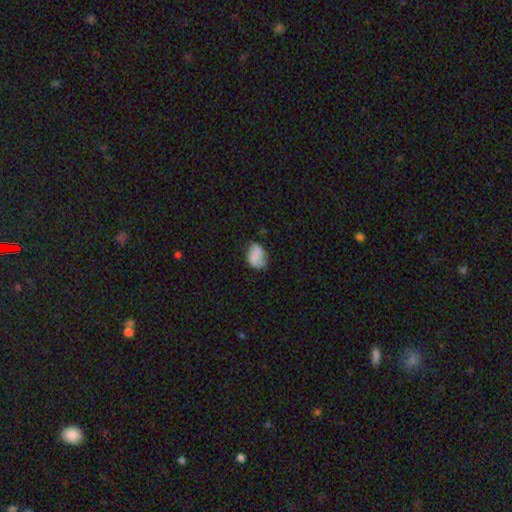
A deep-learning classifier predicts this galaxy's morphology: Smooth or featured: smooth — 74% (featured or disk — 17%)
How rounded: in between — 75% (round — 24%)
Merging: none — 52% (minor disturbance — 34%)